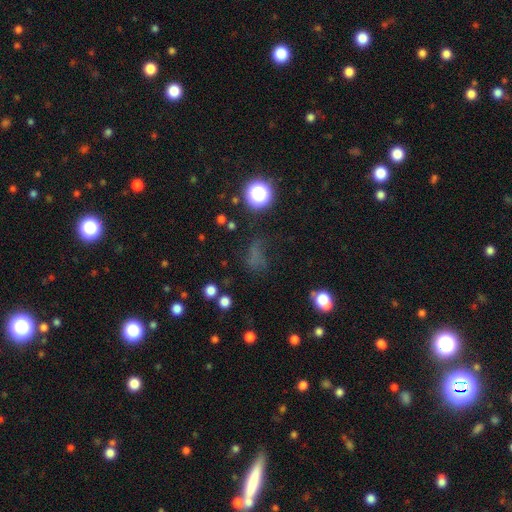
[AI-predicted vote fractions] smooth_or_featured: smooth (p=0.50) [alt: star or artifact p=0.36]
merging: none (p=0.48) [alt: major disturbance p=0.26]